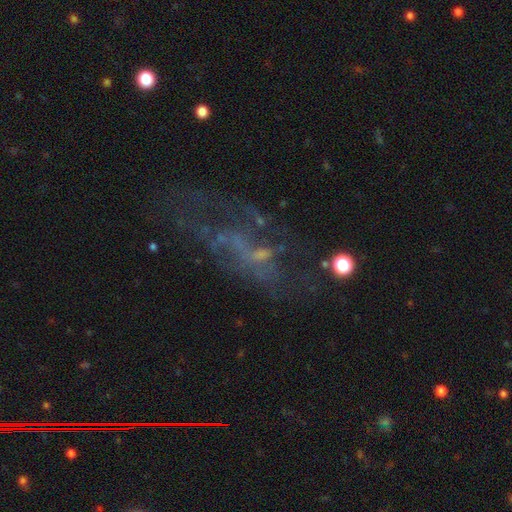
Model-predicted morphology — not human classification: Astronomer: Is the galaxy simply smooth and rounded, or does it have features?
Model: featured or disk — 61%.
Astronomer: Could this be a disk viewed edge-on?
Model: no — 92%.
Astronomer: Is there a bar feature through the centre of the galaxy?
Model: no — 70%.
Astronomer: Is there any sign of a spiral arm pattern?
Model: no — 62% (runner-up: yes, 38%).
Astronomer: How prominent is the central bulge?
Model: none — 50% (runner-up: small, 36%).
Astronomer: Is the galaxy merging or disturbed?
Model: none — 44% (runner-up: major disturbance, 32%).